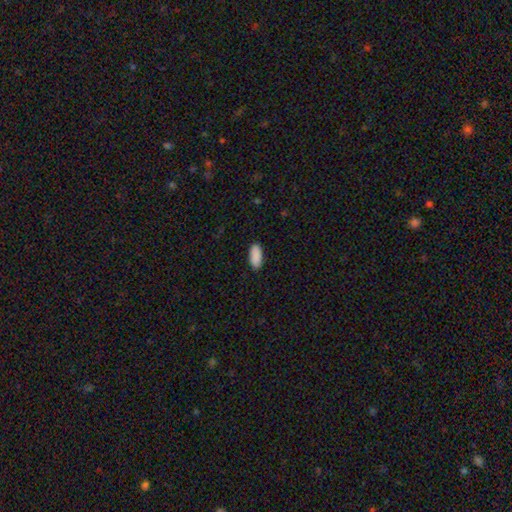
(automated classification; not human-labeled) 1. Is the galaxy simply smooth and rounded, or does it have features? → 91% smooth, 6% star or artifact, 3% featured or disk.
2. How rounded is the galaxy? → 88% in between, 11% cigar-shaped, 2% round.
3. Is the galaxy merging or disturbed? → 89% none, 8% minor disturbance, 2% major disturbance, 1% merger.